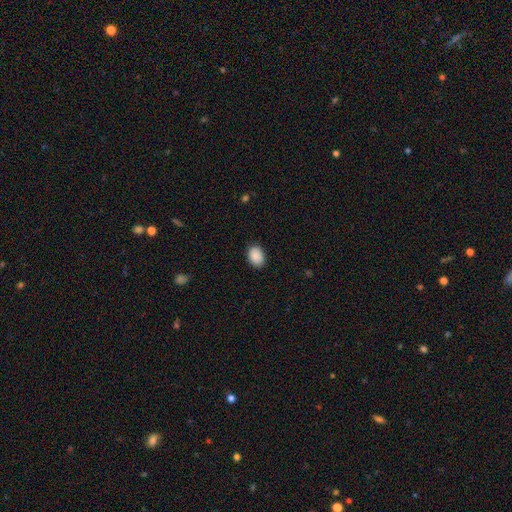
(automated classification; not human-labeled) The model was most divided on "how rounded": in between: 76%, round: 23%, cigar-shaped: 1%. More confident: smooth or featured — smooth (90%); merging — none (88%).